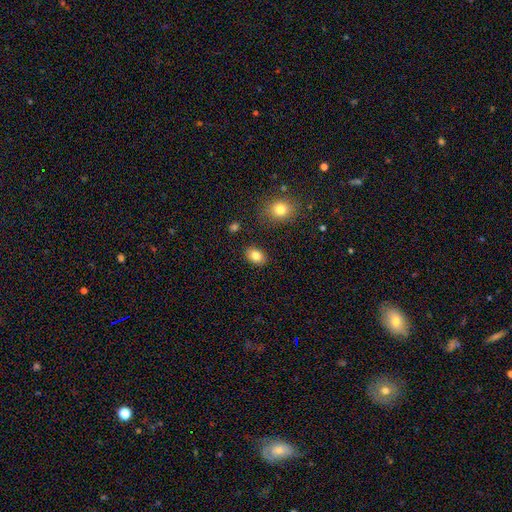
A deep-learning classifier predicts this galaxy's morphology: Smooth or featured: smooth — 84% (star or artifact — 9%)
How rounded: in between — 78% (round — 21%)
Merging: none — 87% (minor disturbance — 8%)